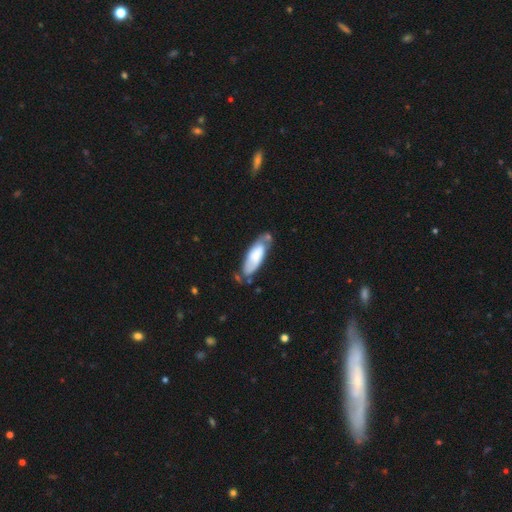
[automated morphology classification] A smooth galaxy with no disk features (59%) that is in between round and cigar-shaped (63%).

Vote fractions:
- Smooth or featured? smooth: 59% / featured or disk: 35% / star or artifact: 6%
- How rounded? in between: 63% / cigar-shaped: 36% / round: 1%
- Merging? none: 50% / minor disturbance: 29% / merger: 12% / major disturbance: 10%